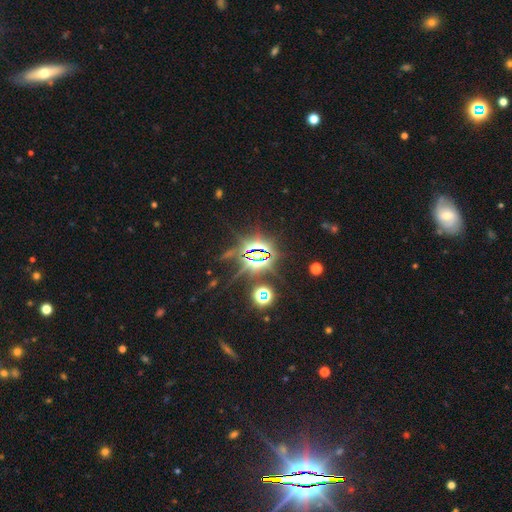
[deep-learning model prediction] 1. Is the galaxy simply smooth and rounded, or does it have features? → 83% star or artifact, 9% smooth, 7% featured or disk.